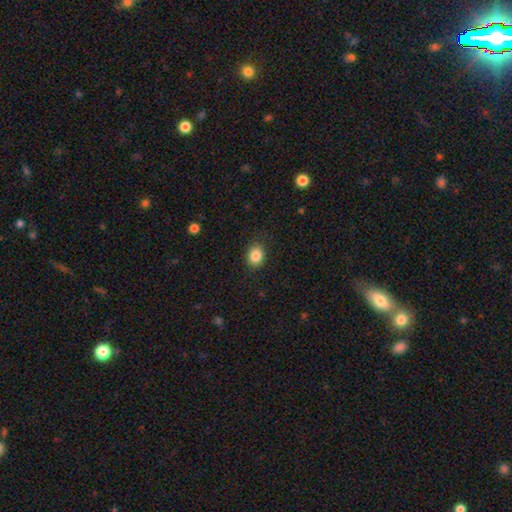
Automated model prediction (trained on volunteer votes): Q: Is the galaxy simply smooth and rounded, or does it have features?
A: smooth — 86%.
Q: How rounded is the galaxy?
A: round — 50%.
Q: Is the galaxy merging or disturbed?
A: none — 87%.